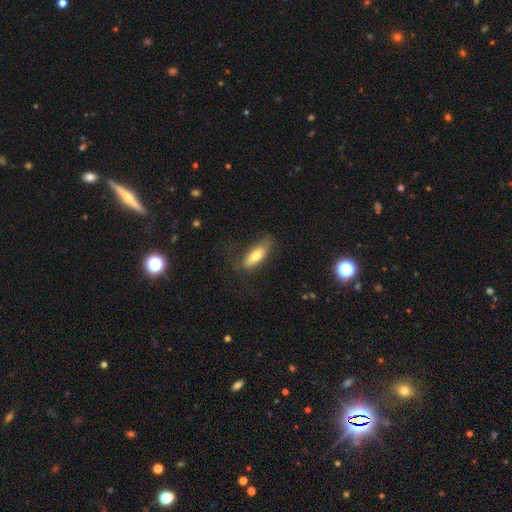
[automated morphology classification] Smooth or featured? Predicted: smooth (p=0.73). How rounded? Predicted: in between (p=0.67). Merging? Predicted: none (p=0.60).